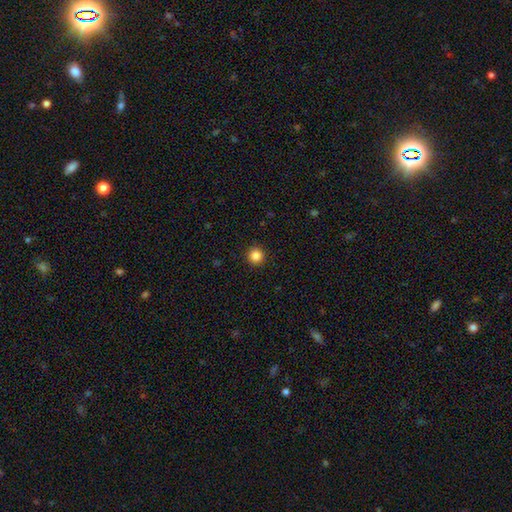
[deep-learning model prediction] A smooth galaxy with no disk features (86%) that is round (96%).

Vote fractions:
- Smooth or featured? smooth: 86% / star or artifact: 11% / featured or disk: 3%
- How rounded? round: 96% / in between: 3% / cigar-shaped: 1%
- Merging? none: 93% / minor disturbance: 5% / major disturbance: 2% / merger: 1%